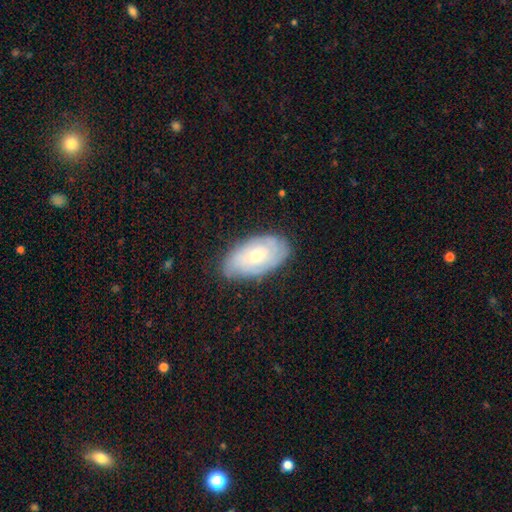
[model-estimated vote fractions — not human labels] Smooth or featured? featured or disk (54%)
Edge-on disk? no (92%)
Merging? none (79%)